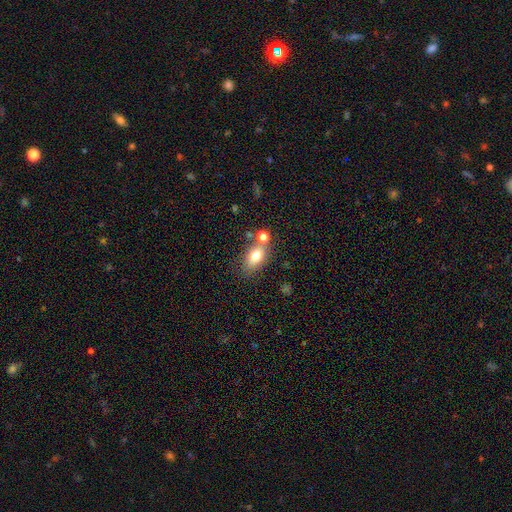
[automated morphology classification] Smooth or featured? smooth (76%)
How rounded? in between (82%)
Merging? none (61%)